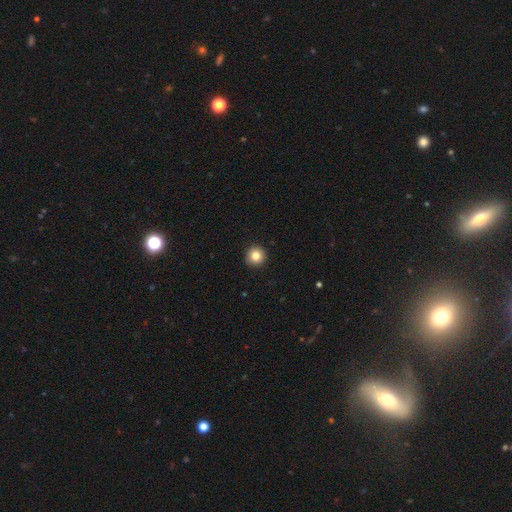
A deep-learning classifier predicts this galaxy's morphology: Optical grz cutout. It shows a smooth galaxy with no disk features (84%) that is round (95%). Merging: none (92%).